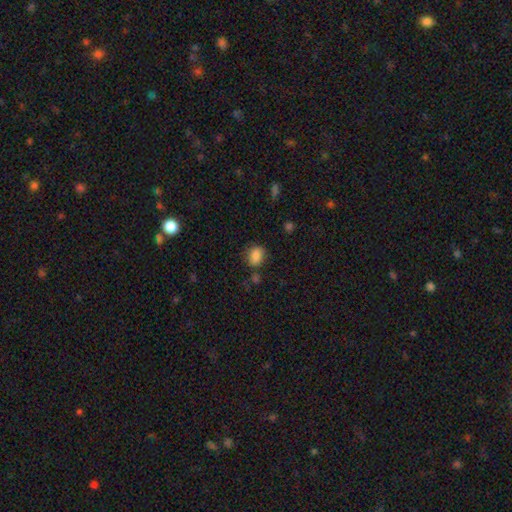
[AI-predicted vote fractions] A smooth galaxy with no disk features (86%) that is in between round and cigar-shaped (62%).

Vote fractions:
- Smooth or featured? smooth: 86% / star or artifact: 10% / featured or disk: 5%
- How rounded? in between: 62% / round: 37% / cigar-shaped: 1%
- Merging? none: 72% / minor disturbance: 18% / merger: 5% / major disturbance: 5%